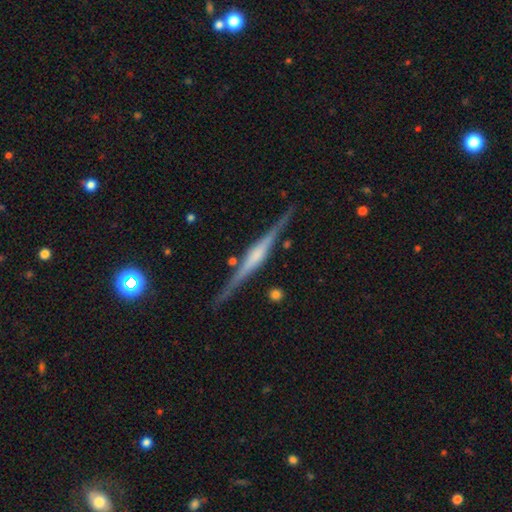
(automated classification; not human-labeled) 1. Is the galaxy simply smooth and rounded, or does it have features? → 83% featured or disk, 12% smooth, 5% star or artifact.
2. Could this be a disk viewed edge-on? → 98% yes, 2% no.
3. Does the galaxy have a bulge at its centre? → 56% rounded, 32% boxy, 12% none.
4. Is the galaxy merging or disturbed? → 87% none, 9% minor disturbance, 2% merger, 2% major disturbance.